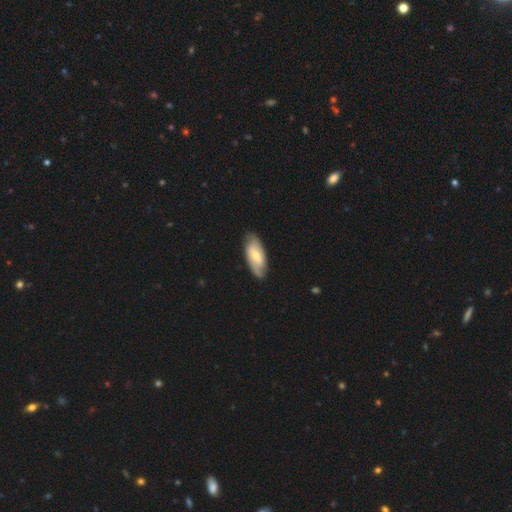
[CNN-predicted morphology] smooth_or_featured: featured or disk (p=0.50) [alt: smooth p=0.45]
disk_edge_on: no (p=0.88) [alt: yes p=0.12]
merging: none (p=0.79) [alt: minor disturbance p=0.16]